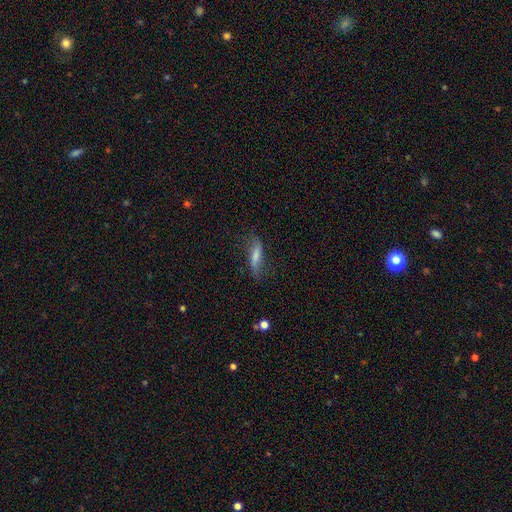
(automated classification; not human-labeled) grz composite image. It shows a smooth galaxy with no disk features (50%) that is cigar-shaped (66%). Merging: none (65%).